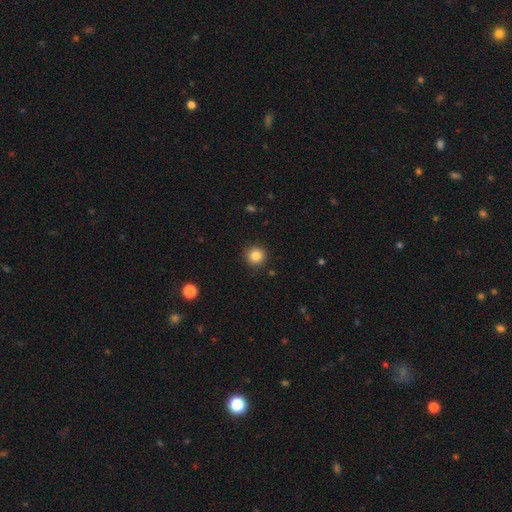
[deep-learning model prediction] Morphology: type=smooth (85%); roundness=round (95%); merging=none (90%).